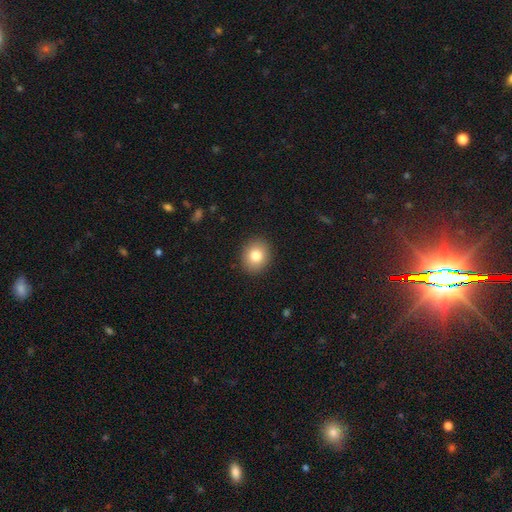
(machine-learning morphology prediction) Q: Smooth or featured?
A: smooth (81%); runner-up: star or artifact (10%)
Q: How rounded?
A: round (72%); runner-up: in between (27%)
Q: Merging?
A: none (91%); runner-up: minor disturbance (6%)